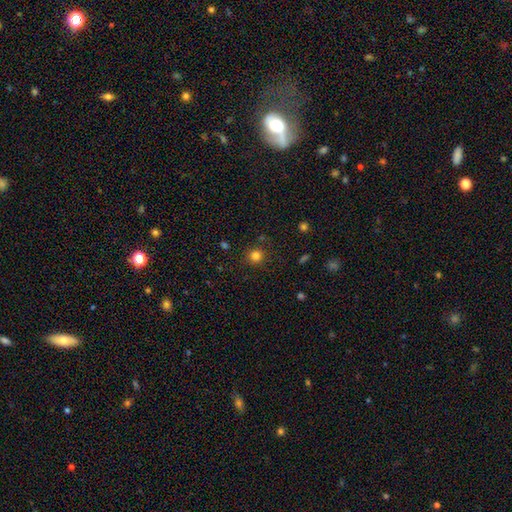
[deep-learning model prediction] Overall: smooth (81%). How rounded: round (92%). Merging: none (87%).